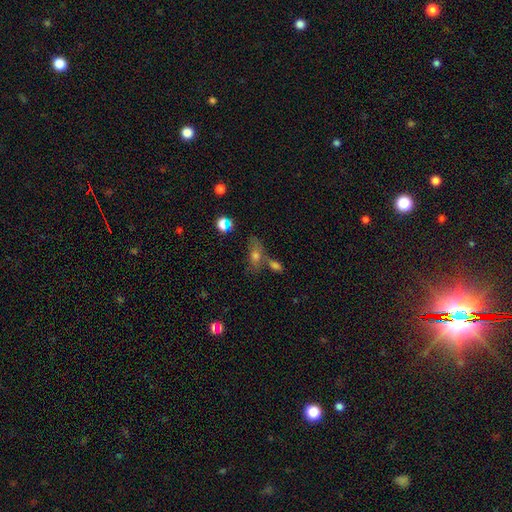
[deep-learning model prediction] Q: Smooth or featured?
A: smooth (59%); runner-up: featured or disk (24%)
Q: How rounded?
A: in between (74%); runner-up: round (13%)
Q: Merging?
A: none (45%); runner-up: merger (31%)